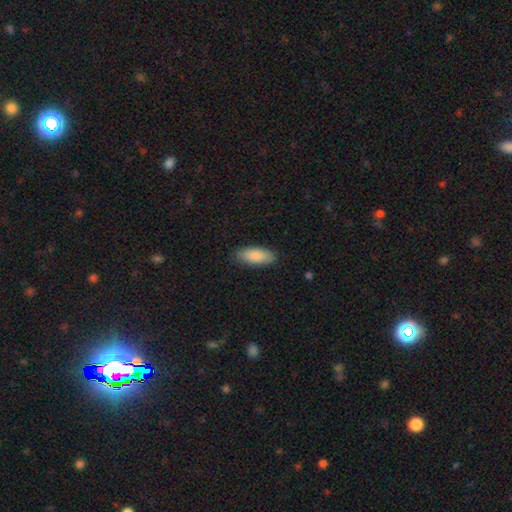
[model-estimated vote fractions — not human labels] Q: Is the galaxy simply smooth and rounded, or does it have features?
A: smooth — 88%.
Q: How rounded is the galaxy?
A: in between — 84%.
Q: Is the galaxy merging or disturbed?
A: none — 85%.